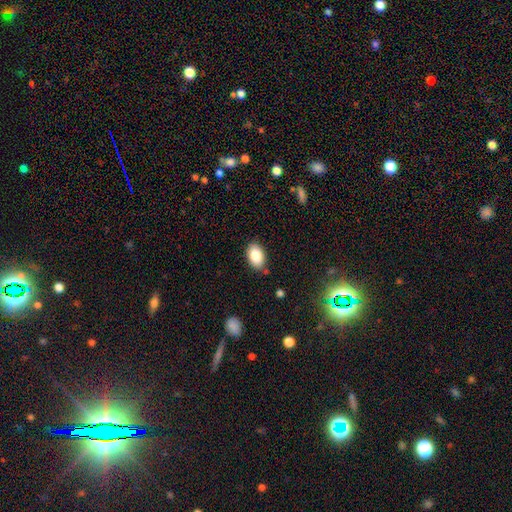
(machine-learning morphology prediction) smooth-or-featured: smooth: 86% | star or artifact: 8% | featured or disk: 6%
  how-rounded: in between: 87% | round: 12% | cigar-shaped: 1%
  merging: none: 83% | minor disturbance: 13% | major disturbance: 3% | merger: 2%